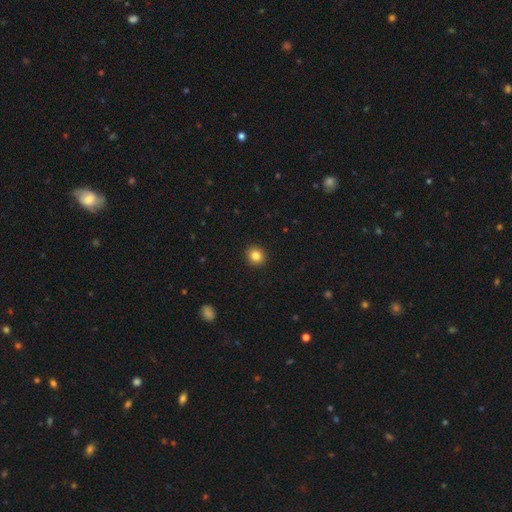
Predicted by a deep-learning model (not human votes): smooth-or-featured: smooth: 85% | star or artifact: 10% | featured or disk: 5%
  how-rounded: round: 83% | in between: 16% | cigar-shaped: 1%
  merging: none: 92% | minor disturbance: 5% | major disturbance: 2% | merger: 1%